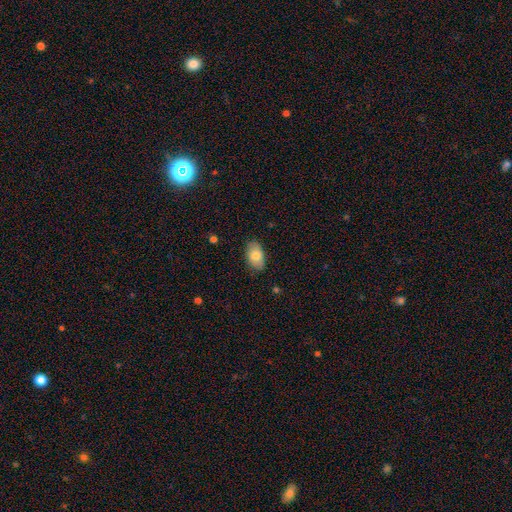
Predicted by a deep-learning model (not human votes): Smooth or featured?
  - smooth: 81% *
  - featured or disk: 12%
  - star or artifact: 7%
How rounded?
  - in between: 92% *
  - round: 6%
  - cigar-shaped: 2%
Merging?
  - none: 83% *
  - minor disturbance: 13%
  - major disturbance: 2%
  - merger: 1%